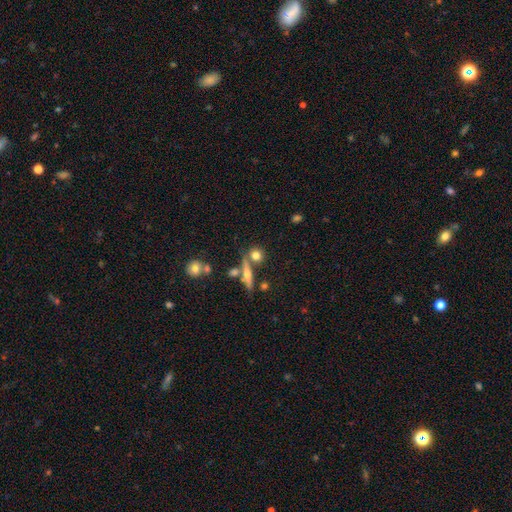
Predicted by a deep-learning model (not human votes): Smooth or featured: smooth — 63% (featured or disk — 25%)
How rounded: round — 70% (in between — 17%)
Merging: none — 67% (merger — 19%)